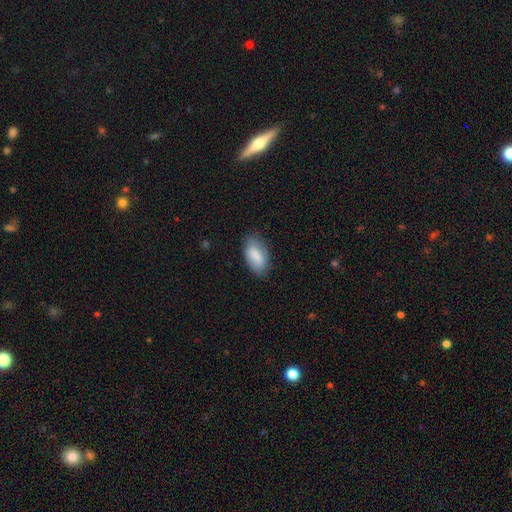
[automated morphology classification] This is clearly a smooth galaxy (84%). How rounded: clearly in between (93%). Merging: likely none (77%).